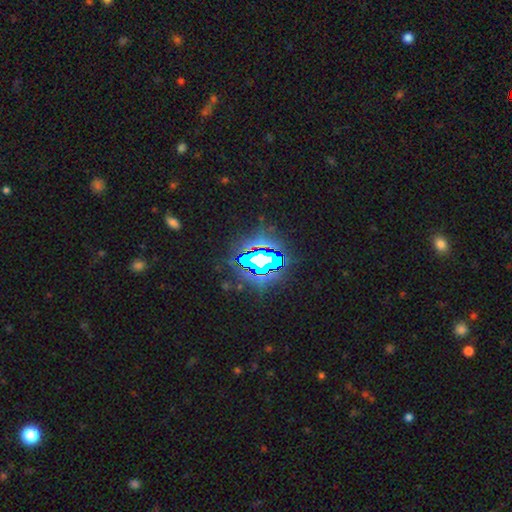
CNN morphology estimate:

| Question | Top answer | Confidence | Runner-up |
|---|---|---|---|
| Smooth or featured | star or artifact | 76% | smooth (13%) |